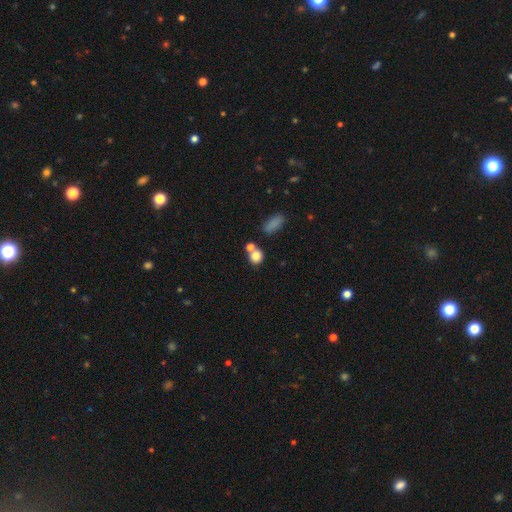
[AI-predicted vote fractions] smooth-or-featured: smooth: 79% | star or artifact: 12% | featured or disk: 9%
  how-rounded: round: 74% | in between: 24% | cigar-shaped: 2%
  merging: none: 54% | merger: 33% | minor disturbance: 9% | major disturbance: 4%